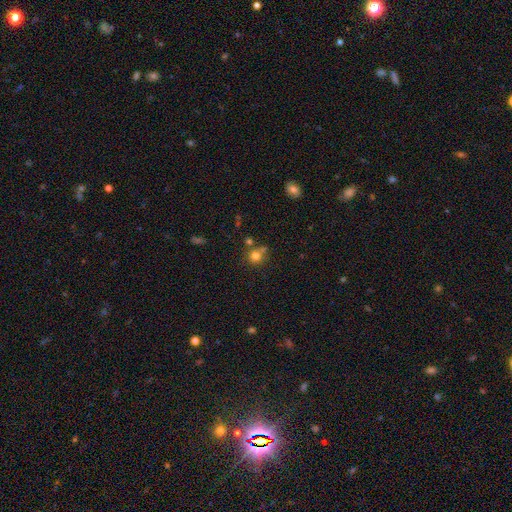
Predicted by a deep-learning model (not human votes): This appears to be a smooth galaxy with no disk features (77%) that is round (89%). Merging: none (63%).